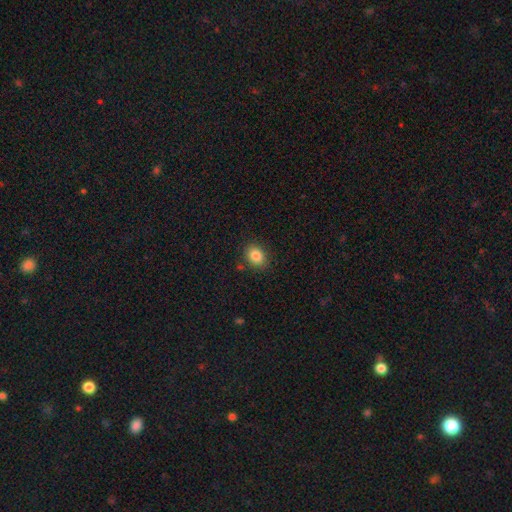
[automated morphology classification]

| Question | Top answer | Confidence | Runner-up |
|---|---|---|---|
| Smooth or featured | smooth | 85% | star or artifact (9%) |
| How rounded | in between | 60% | round (39%) |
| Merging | none | 85% | minor disturbance (10%) |